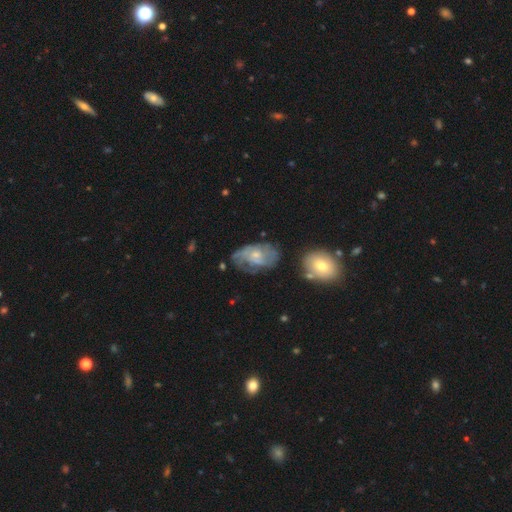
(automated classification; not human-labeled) featured or disk 66%, smooth 27%, star or artifact 8%. Down the decision tree: edge-on disk — no (96%); bar — no (75%); spiral arms — yes (70%); bulge size — small (60%); merging — none (47%).